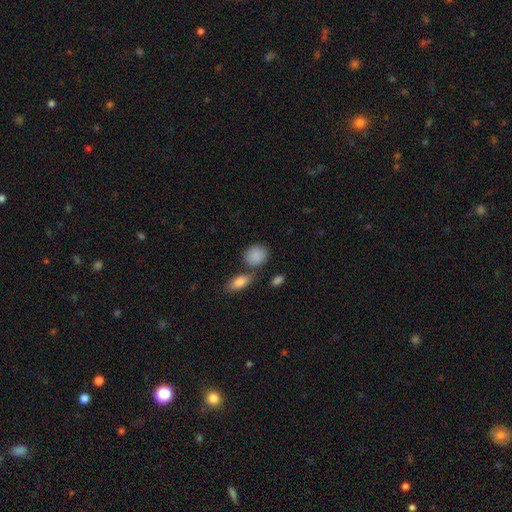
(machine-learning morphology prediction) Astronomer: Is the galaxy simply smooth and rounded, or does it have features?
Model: smooth — 88%.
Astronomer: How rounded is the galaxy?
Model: round — 56% (runner-up: in between, 42%).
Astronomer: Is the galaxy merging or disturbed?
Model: none — 67%.